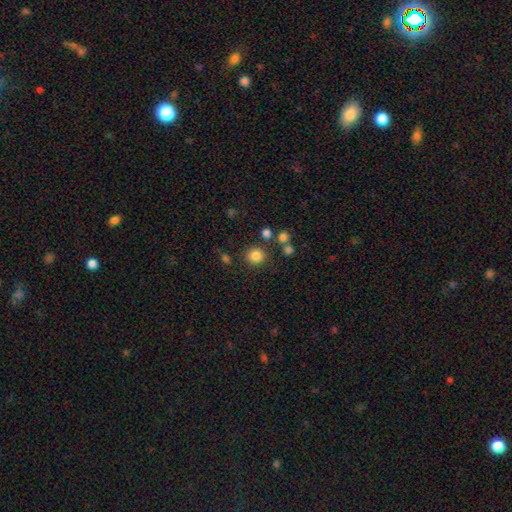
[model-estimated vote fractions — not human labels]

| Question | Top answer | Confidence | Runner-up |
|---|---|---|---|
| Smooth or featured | smooth | 83% | star or artifact (12%) |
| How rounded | round | 90% | in between (9%) |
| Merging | none | 84% | minor disturbance (8%) |